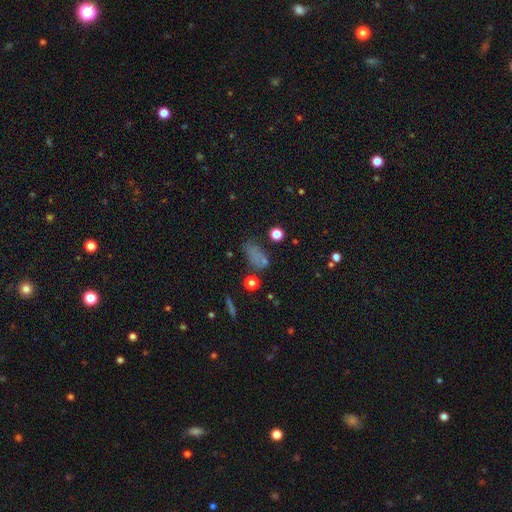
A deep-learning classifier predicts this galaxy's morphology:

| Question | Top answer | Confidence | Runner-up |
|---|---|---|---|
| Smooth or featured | smooth | 64% | star or artifact (23%) |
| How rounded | in between | 79% | round (13%) |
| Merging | none | 56% | minor disturbance (21%) |